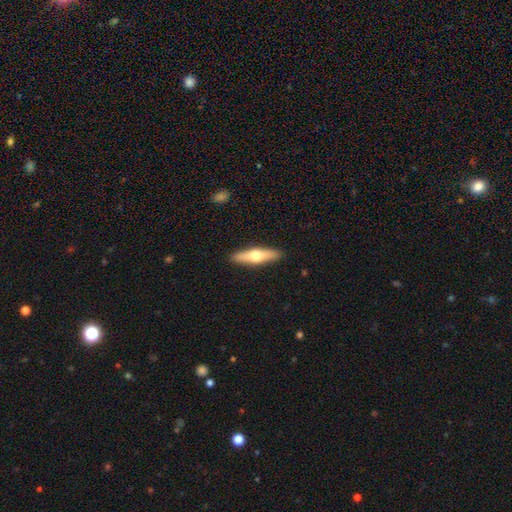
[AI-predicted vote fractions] Smooth or featured?
  - featured or disk: 49% *
  - smooth: 45%
  - star or artifact: 6%
Merging?
  - none: 91% *
  - minor disturbance: 7%
  - major disturbance: 2%
  - merger: 1%